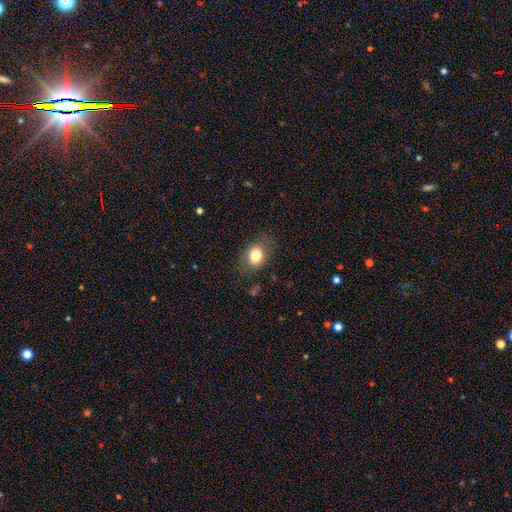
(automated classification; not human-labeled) Smooth or featured? smooth (79%)
How rounded? in between (66%)
Merging? none (78%)